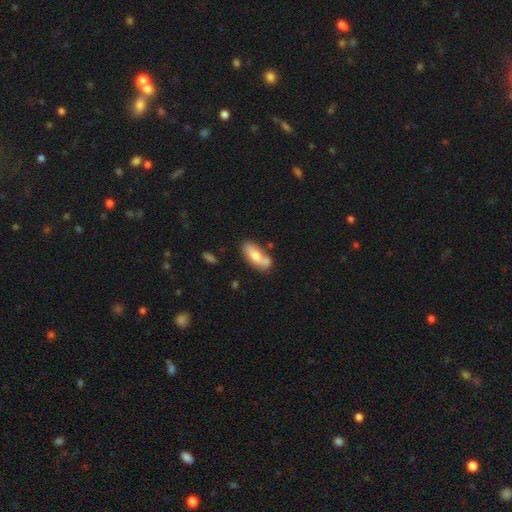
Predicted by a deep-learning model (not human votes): Smooth or featured: smooth — 69% (featured or disk — 25%)
How rounded: in between — 78% (cigar-shaped — 19%)
Merging: none — 55% (merger — 21%)